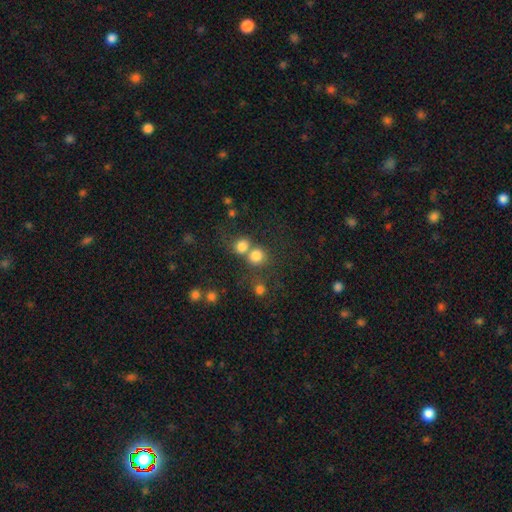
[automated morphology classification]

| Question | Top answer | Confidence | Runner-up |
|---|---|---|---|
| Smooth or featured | smooth | 78% | star or artifact (13%) |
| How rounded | round | 81% | in between (18%) |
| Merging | none | 46% | merger (42%) |